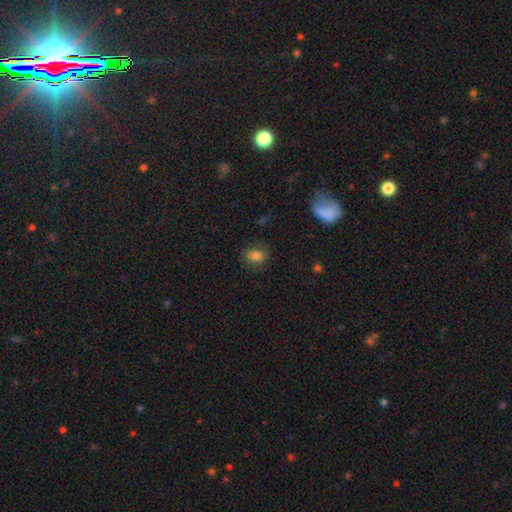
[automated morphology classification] smooth 78%, star or artifact 13%, featured or disk 10%. Down the decision tree: how rounded — in between (54%); merging — none (76%).